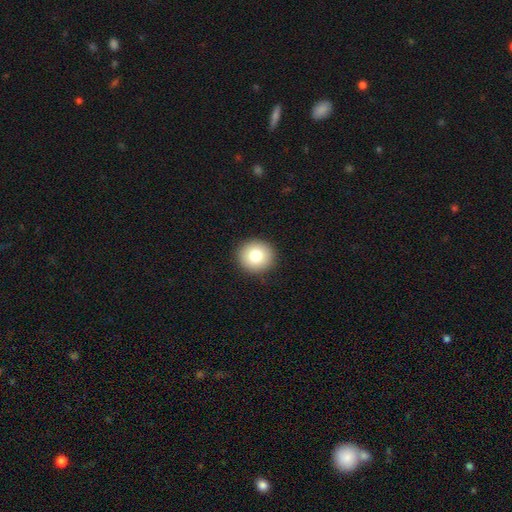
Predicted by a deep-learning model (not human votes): This appears to be a smooth galaxy with no disk features (80%) that is round (93%). Merging: none (92%).